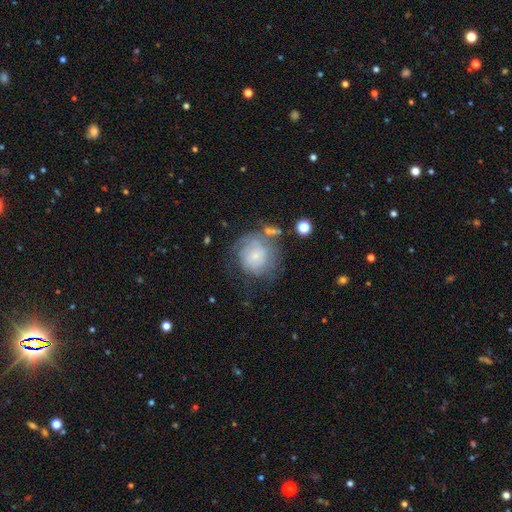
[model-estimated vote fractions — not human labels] Smooth or featured? Predicted: featured or disk (p=0.58). Edge-on disk? Predicted: no (p=0.97). Bar? Predicted: no (p=0.75). Spiral arms? Predicted: yes (p=0.76). Bulge size? Predicted: small (p=0.70). Merging? Predicted: none (p=0.47).